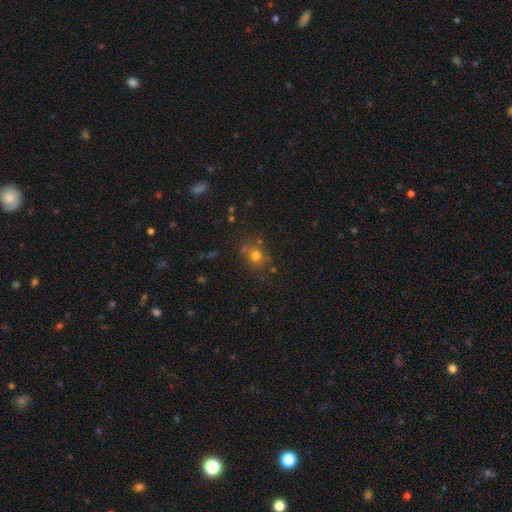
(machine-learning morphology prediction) The model was most divided on "smooth or featured": smooth: 71%, star or artifact: 19%, featured or disk: 10%. More confident: how rounded — round (76%); merging — none (73%).